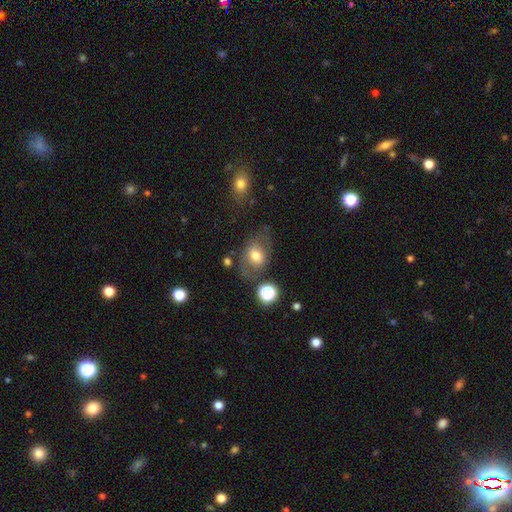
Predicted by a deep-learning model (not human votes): Smooth or featured: smooth — 59% (featured or disk — 30%)
How rounded: in between — 65% (round — 34%)
Merging: none — 57% (minor disturbance — 22%)